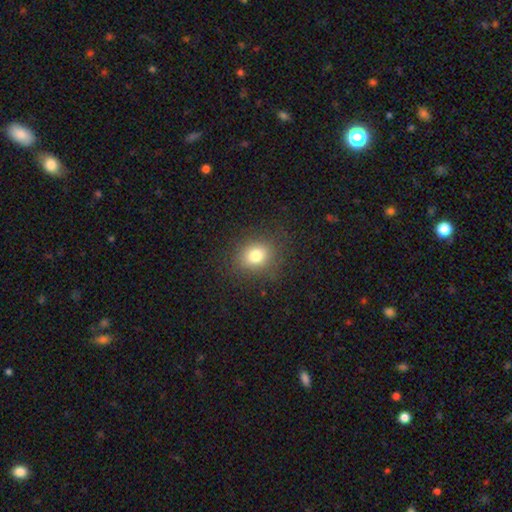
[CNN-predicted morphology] smooth 79%, star or artifact 13%, featured or disk 8%. Down the decision tree: how rounded — round (65%); merging — none (85%).